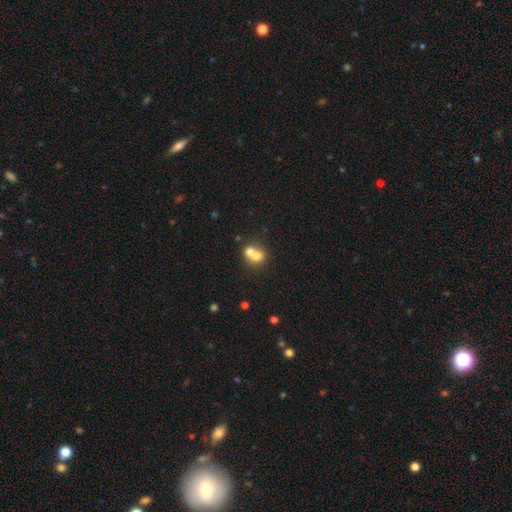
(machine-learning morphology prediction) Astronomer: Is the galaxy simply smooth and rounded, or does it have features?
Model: smooth — 67%.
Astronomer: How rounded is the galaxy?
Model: round — 75%.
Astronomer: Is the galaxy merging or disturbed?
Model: merger — 62%.